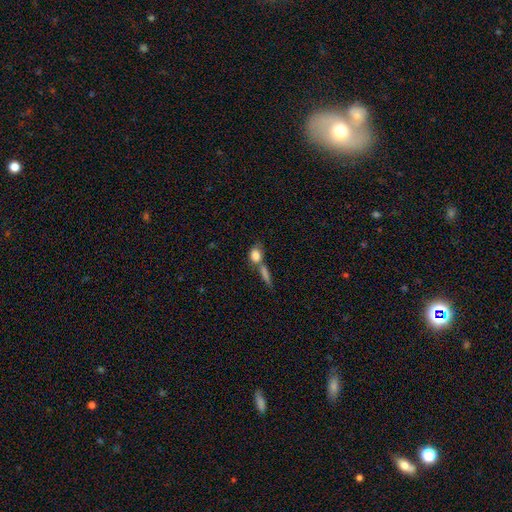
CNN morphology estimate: Smooth or featured? Predicted: smooth (p=0.80). How rounded? Predicted: in between (p=0.57). Merging? Predicted: merger (p=0.48).